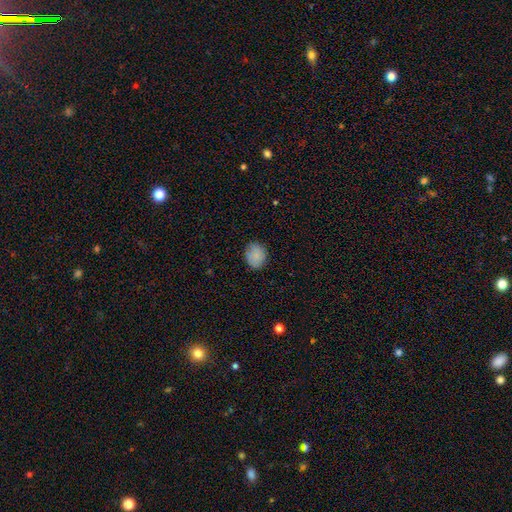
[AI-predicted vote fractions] Overall: smooth (86%). How rounded: round (55%; in between 44%). Merging: none (83%).